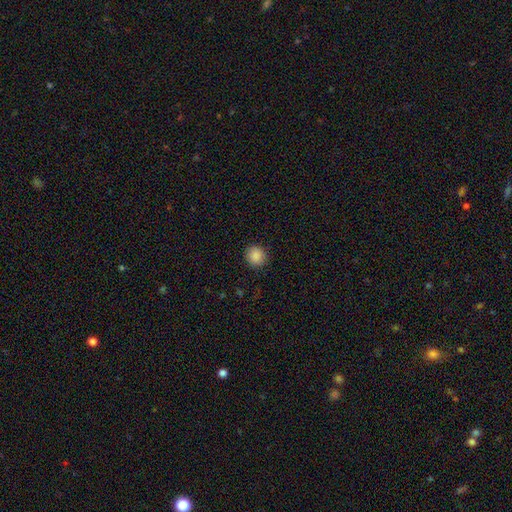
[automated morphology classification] Q: Smooth or featured?
A: smooth (88%); runner-up: star or artifact (9%)
Q: How rounded?
A: round (88%); runner-up: in between (11%)
Q: Merging?
A: none (90%); runner-up: minor disturbance (7%)